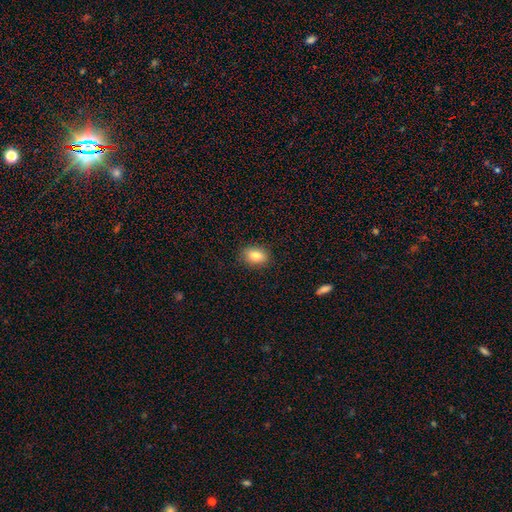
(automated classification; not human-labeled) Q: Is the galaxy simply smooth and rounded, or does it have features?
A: smooth — 82%.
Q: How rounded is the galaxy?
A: in between — 79%.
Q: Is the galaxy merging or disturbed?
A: none — 87%.